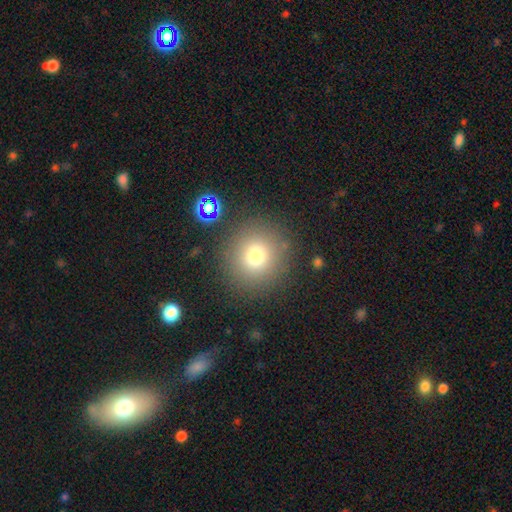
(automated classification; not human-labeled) Smooth or featured?
  - smooth: 74% *
  - star or artifact: 16%
  - featured or disk: 10%
How rounded?
  - round: 92% *
  - in between: 7%
  - cigar-shaped: 1%
Merging?
  - none: 86% *
  - minor disturbance: 7%
  - major disturbance: 4%
  - merger: 3%